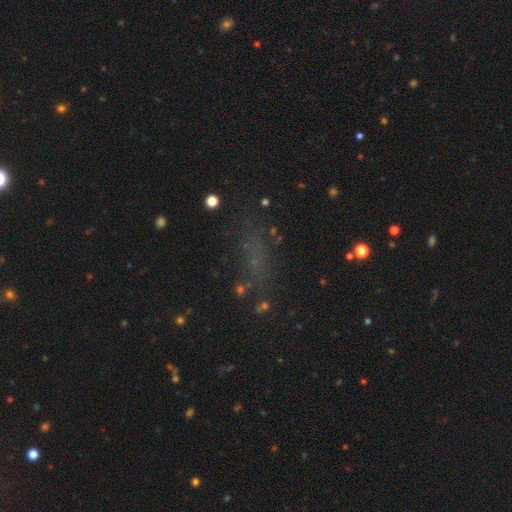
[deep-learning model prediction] Q: Smooth or featured?
A: smooth (40%); runner-up: star or artifact (38%)
Q: Merging?
A: none (58%); runner-up: minor disturbance (18%)